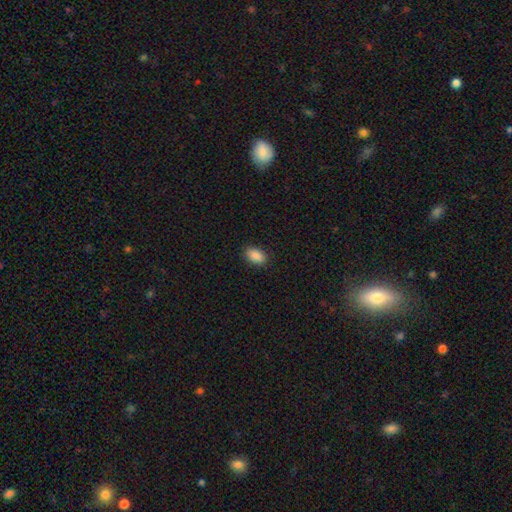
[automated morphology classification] The model was most divided on "merging": none: 88%, minor disturbance: 9%, major disturbance: 2%, merger: 1%. More confident: how rounded — in between (91%); smooth or featured — smooth (90%).